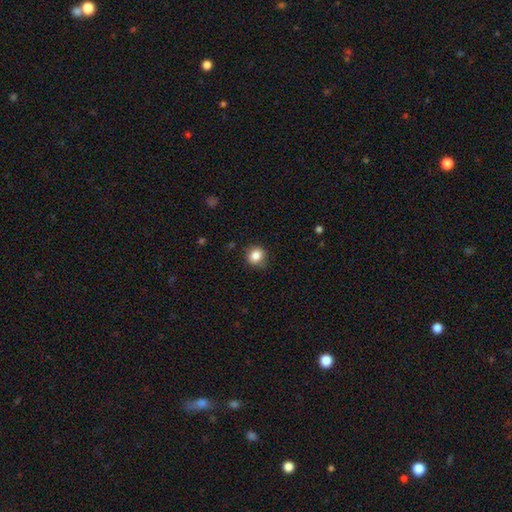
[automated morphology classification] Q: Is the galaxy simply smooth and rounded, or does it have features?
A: smooth — 84%.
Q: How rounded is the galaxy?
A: round — 82%.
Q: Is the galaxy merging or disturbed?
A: none — 85%.